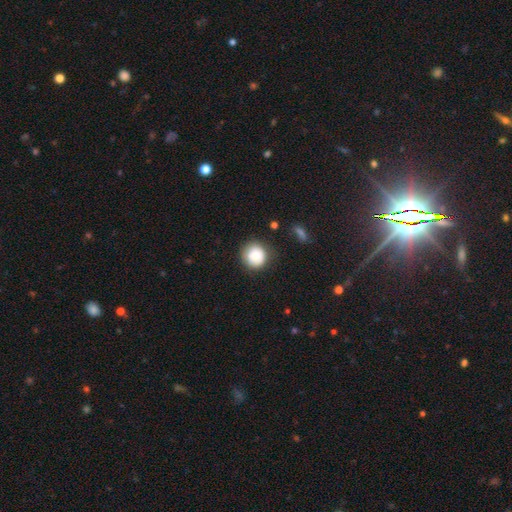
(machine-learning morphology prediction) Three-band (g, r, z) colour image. It shows a smooth galaxy with no disk features (82%) that is round (92%). Merging: none (82%).